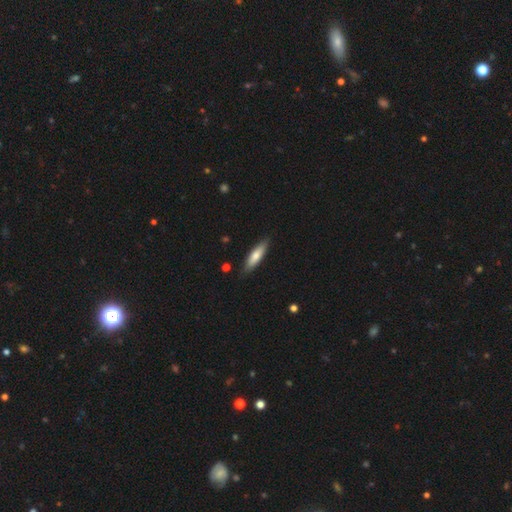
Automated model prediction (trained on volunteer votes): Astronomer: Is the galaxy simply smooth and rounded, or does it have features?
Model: smooth — 69%.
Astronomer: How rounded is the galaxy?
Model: cigar-shaped — 62%.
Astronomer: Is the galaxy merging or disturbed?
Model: none — 85%.